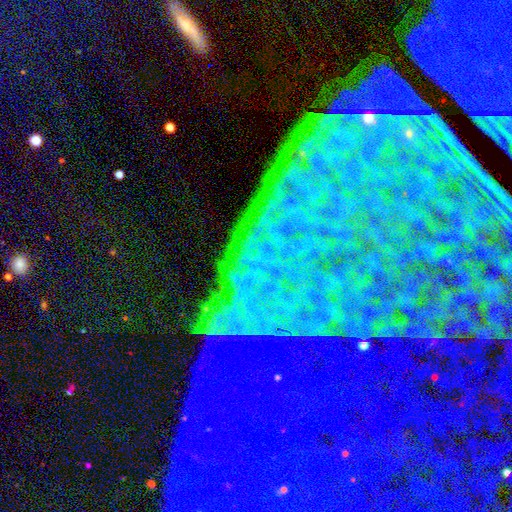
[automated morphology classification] This appears to be a star or artifact, not a galaxy (82%).